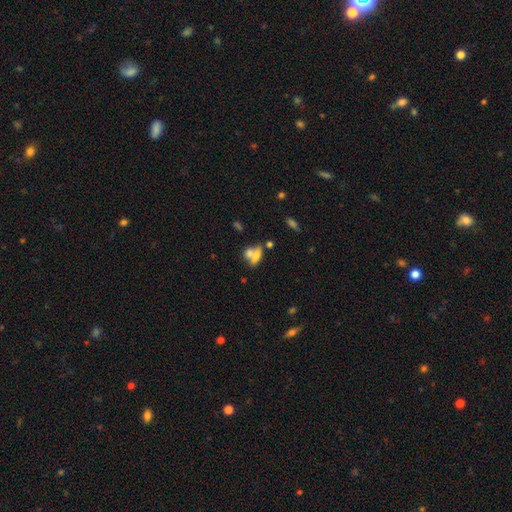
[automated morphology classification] smooth 63%, featured or disk 26%, star or artifact 11%. Down the decision tree: how rounded — in between (73%); merging — merger (53%).